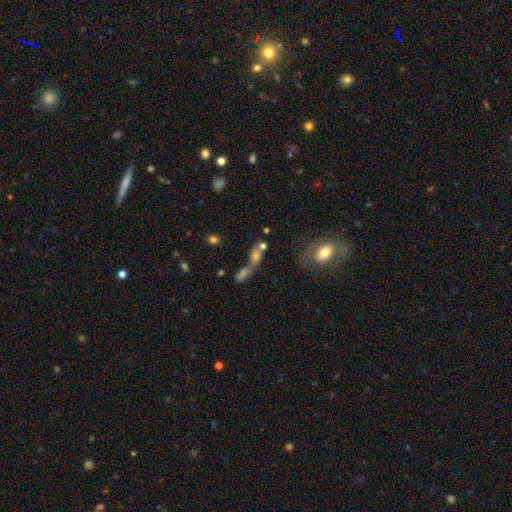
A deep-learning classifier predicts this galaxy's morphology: The model was most divided on "merging": merger: 58%, none: 24%, major disturbance: 9%, minor disturbance: 9%. More confident: how rounded — in between (60%); smooth or featured — smooth (59%).